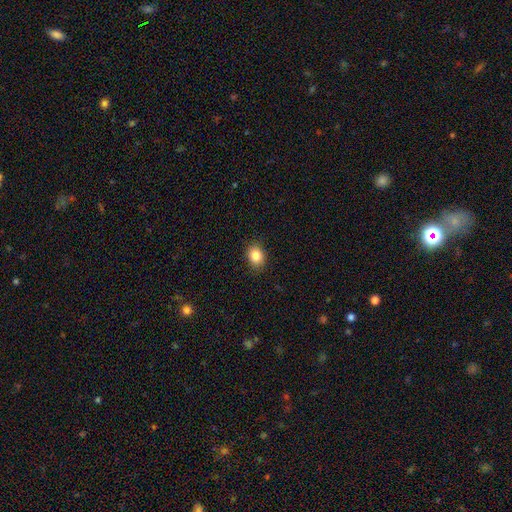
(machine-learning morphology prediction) This is clearly a smooth galaxy (85%). How rounded: possibly in between (56%). Merging: clearly none (88%).